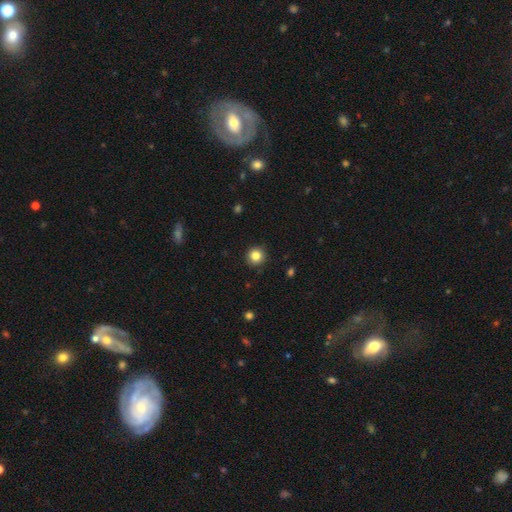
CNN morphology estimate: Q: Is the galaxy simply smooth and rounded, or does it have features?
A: smooth — 84%.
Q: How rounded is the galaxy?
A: round — 94%.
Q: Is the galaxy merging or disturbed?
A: none — 92%.